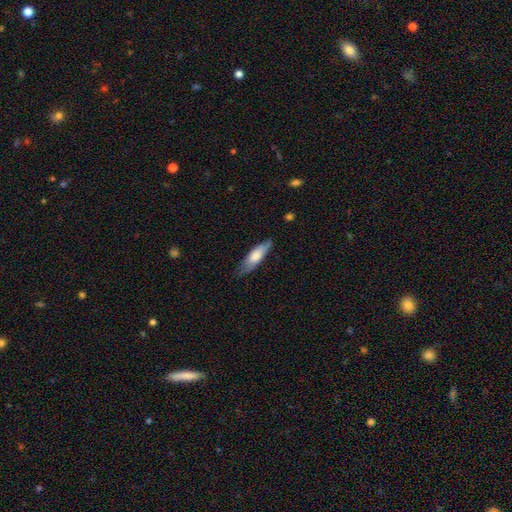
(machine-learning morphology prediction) Q: Smooth or featured?
A: smooth (65%); runner-up: featured or disk (29%)
Q: How rounded?
A: cigar-shaped (56%); runner-up: in between (42%)
Q: Merging?
A: none (72%); runner-up: minor disturbance (23%)